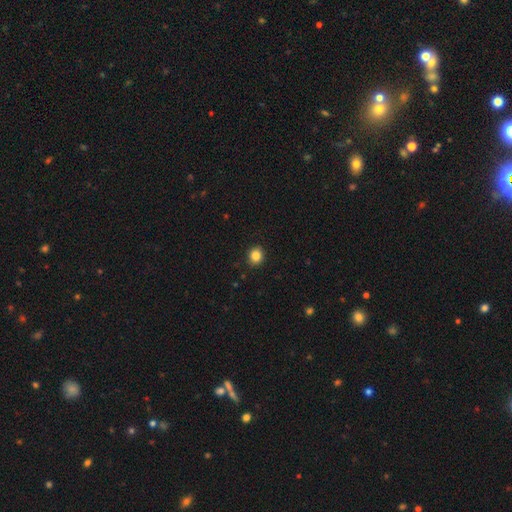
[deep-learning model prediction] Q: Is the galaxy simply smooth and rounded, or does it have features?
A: smooth — 85%.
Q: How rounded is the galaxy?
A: round — 78%.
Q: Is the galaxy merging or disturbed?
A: none — 92%.